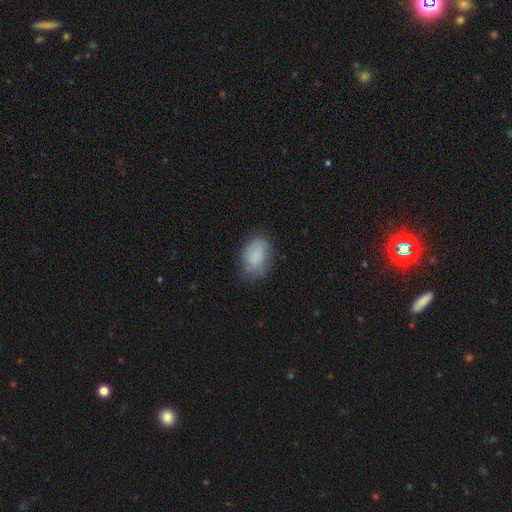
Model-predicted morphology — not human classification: type=smooth (74%); roundness=in between (79%); merging=none (65%).